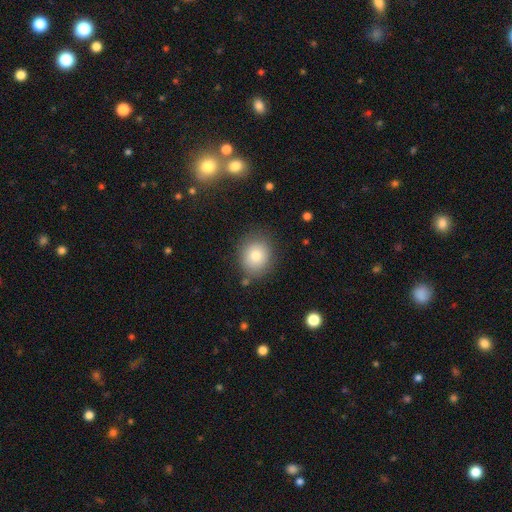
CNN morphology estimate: Smooth or featured? smooth (79%)
How rounded? round (73%)
Merging? none (82%)